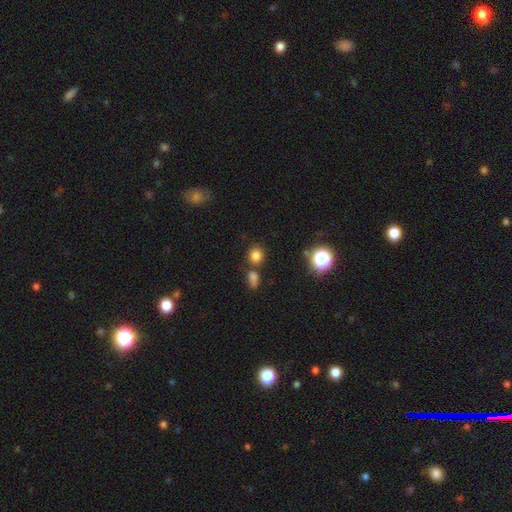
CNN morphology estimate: smooth 78%, star or artifact 17%, featured or disk 6%. Down the decision tree: how rounded — round (76%); merging — none (69%).